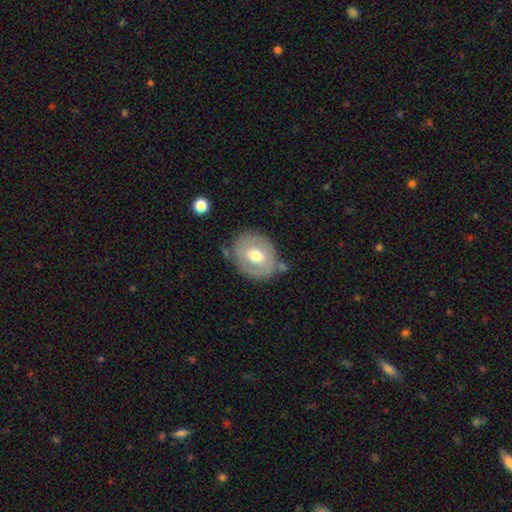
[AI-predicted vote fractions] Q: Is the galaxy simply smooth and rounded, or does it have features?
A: smooth — 52%.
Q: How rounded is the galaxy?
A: round — 60%.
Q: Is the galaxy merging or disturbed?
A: none — 67%.